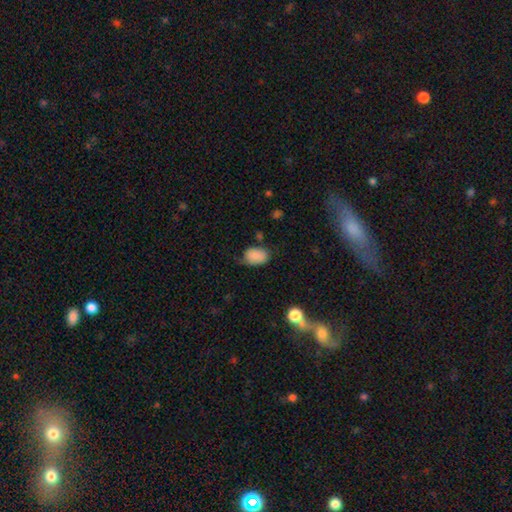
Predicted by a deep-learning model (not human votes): This appears to be a smooth galaxy with no disk features (86%) that is in between round and cigar-shaped (85%). Merging: none (59%).